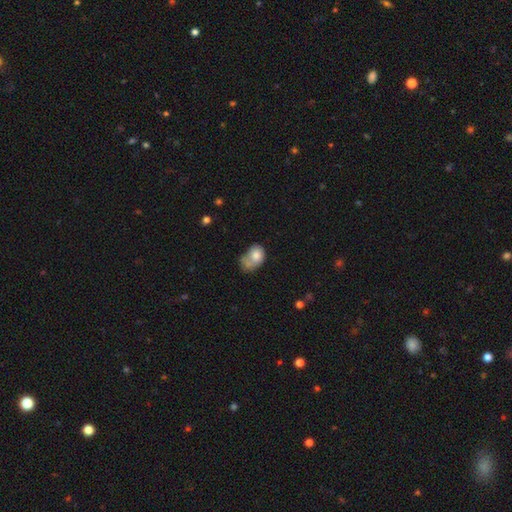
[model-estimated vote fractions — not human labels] smooth_or_featured: smooth (p=0.75) [alt: featured or disk p=0.17]
how_rounded: in between (p=0.69) [alt: round p=0.30]
merging: merger (p=0.42) [alt: none p=0.21]